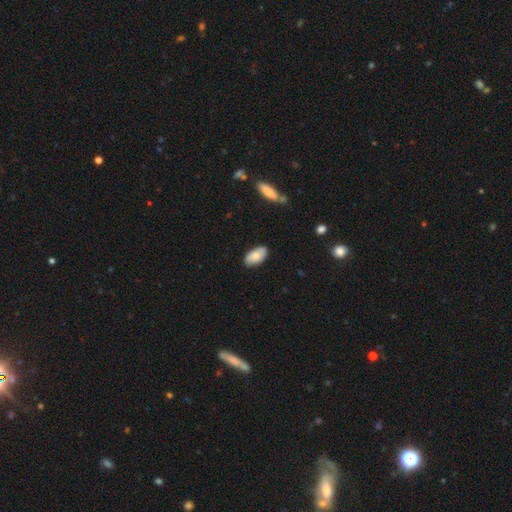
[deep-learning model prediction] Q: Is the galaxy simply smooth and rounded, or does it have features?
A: smooth — 76%.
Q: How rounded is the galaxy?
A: in between — 95%.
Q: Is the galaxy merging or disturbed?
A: none — 83%.